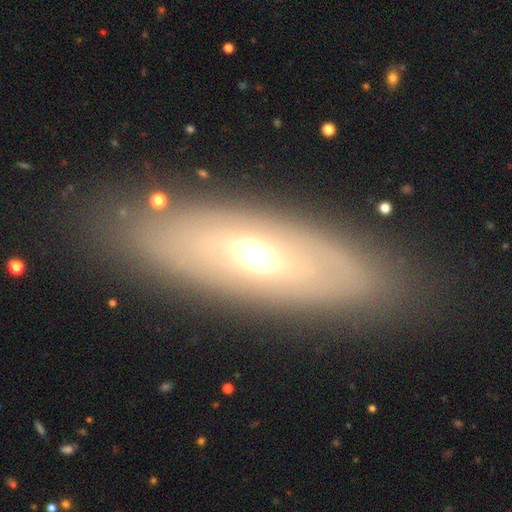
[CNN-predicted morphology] This appears to be a featured or disk galaxy (50%). Merging: none (83%).